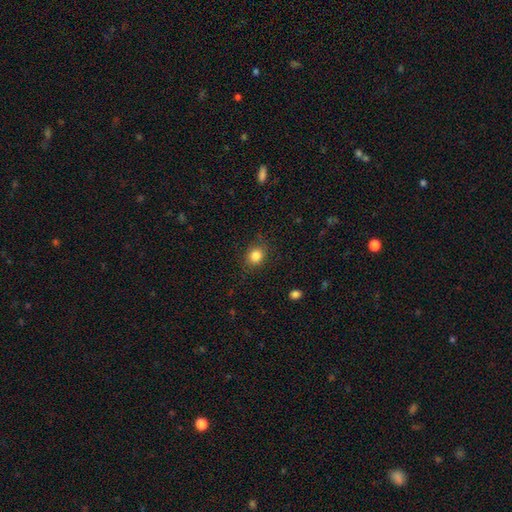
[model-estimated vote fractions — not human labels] A smooth galaxy with no disk features (84%) that is round (64%).

Vote fractions:
- Smooth or featured? smooth: 84% / star or artifact: 11% / featured or disk: 5%
- How rounded? round: 64% / in between: 35% / cigar-shaped: 1%
- Merging? none: 84% / minor disturbance: 11% / major disturbance: 3% / merger: 1%